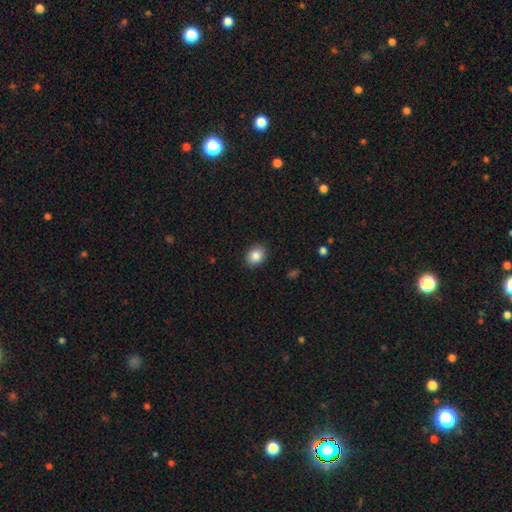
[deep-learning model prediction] Morphology: type=smooth (87%); roundness=in between (59%); merging=none (88%).